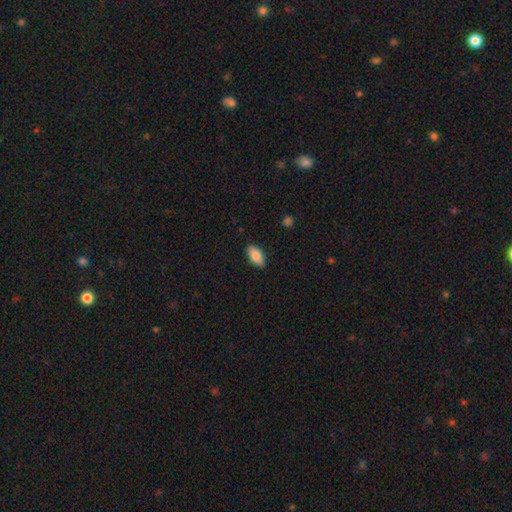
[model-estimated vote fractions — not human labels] smooth-or-featured: smooth: 86% | featured or disk: 8% | star or artifact: 7%
  how-rounded: in between: 92% | cigar-shaped: 5% | round: 3%
  merging: none: 87% | minor disturbance: 10% | major disturbance: 2% | merger: 1%